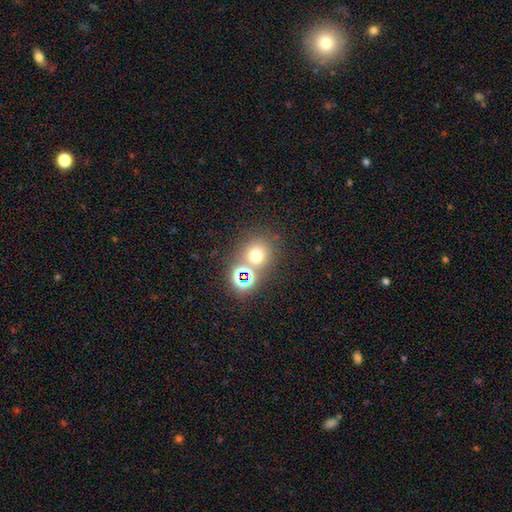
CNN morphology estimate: Q: Smooth or featured?
A: smooth (65%); runner-up: star or artifact (26%)
Q: How rounded?
A: round (84%); runner-up: in between (15%)
Q: Merging?
A: none (64%); runner-up: merger (23%)